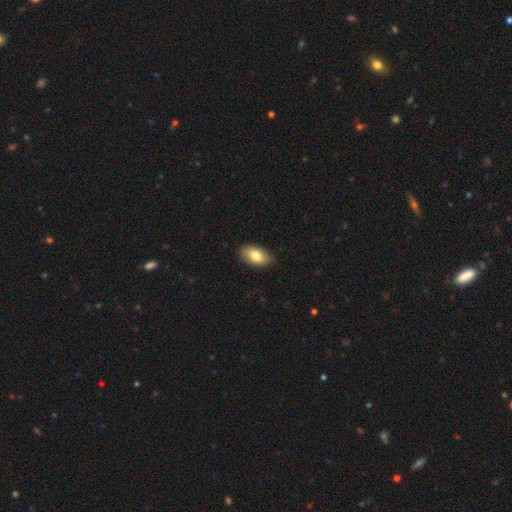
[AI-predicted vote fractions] Smooth or featured? smooth (81%)
How rounded? in between (93%)
Merging? none (86%)